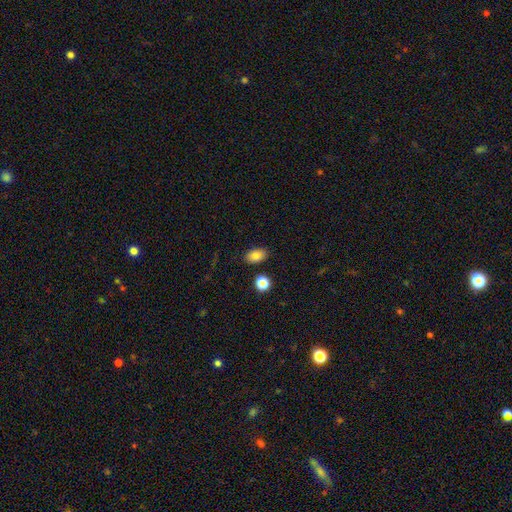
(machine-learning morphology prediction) Q: Smooth or featured?
A: smooth (83%); runner-up: star or artifact (10%)
Q: How rounded?
A: in between (87%); runner-up: round (12%)
Q: Merging?
A: none (84%); runner-up: minor disturbance (10%)